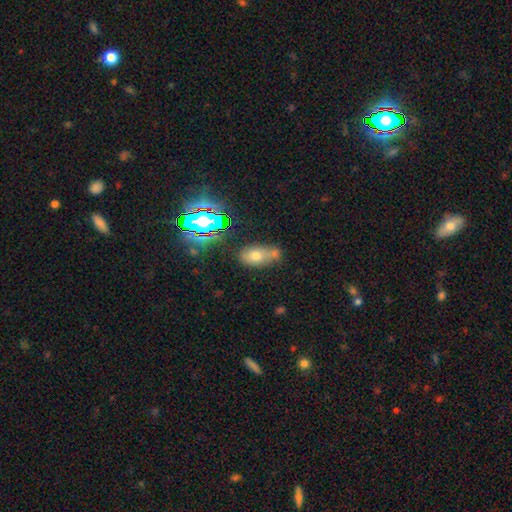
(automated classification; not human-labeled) A smooth galaxy with no disk features (63%) that is in between round and cigar-shaped (81%). Merging: none (44%).